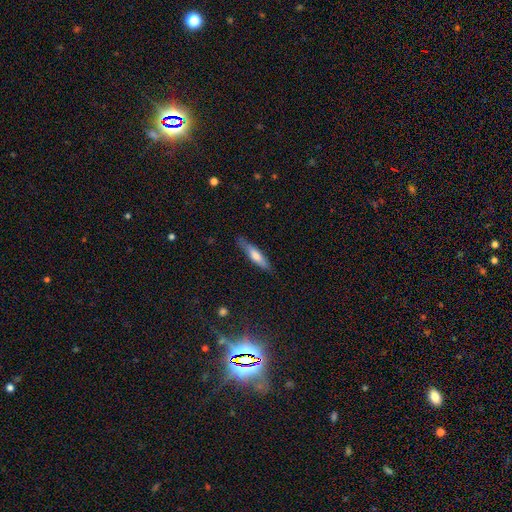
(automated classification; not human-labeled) The model was most divided on "smooth or featured": smooth: 59%, featured or disk: 34%, star or artifact: 6%. More confident: merging — none (81%); how rounded — cigar-shaped (80%).